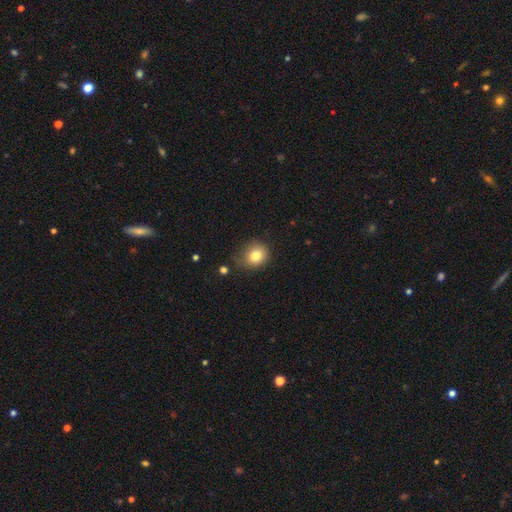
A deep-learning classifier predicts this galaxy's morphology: A smooth galaxy with no disk features (81%) that is round (77%). Merging: none (69%).